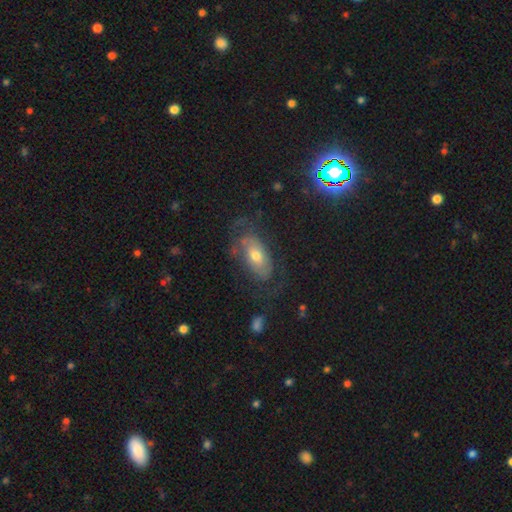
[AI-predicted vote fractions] Smooth or featured?
  - featured or disk: 56% *
  - smooth: 35%
  - star or artifact: 9%
Edge-on disk?
  - no: 89% *
  - yes: 11%
Merging?
  - none: 56% *
  - minor disturbance: 22%
  - major disturbance: 20%
  - merger: 2%